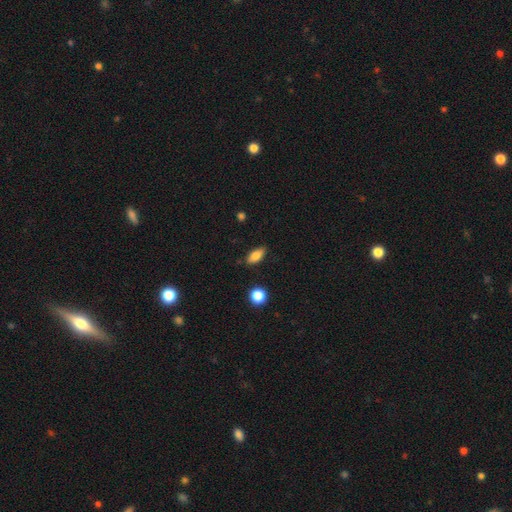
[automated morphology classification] Smooth or featured: smooth — 78% (featured or disk — 14%)
How rounded: in between — 84% (cigar-shaped — 11%)
Merging: none — 84% (minor disturbance — 12%)